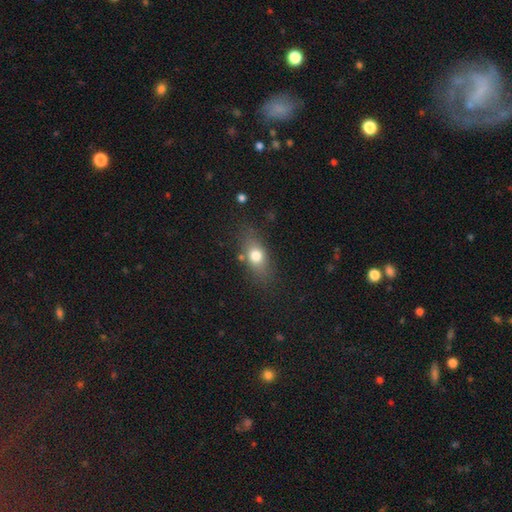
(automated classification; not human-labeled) Smooth or featured?
  - smooth: 73% *
  - featured or disk: 17%
  - star or artifact: 10%
How rounded?
  - in between: 68% *
  - round: 20%
  - cigar-shaped: 11%
Merging?
  - none: 75% *
  - minor disturbance: 16%
  - major disturbance: 6%
  - merger: 3%